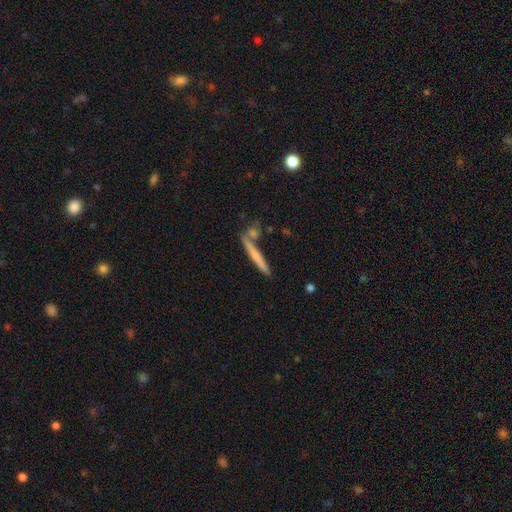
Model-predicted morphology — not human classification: This is possibly a smooth galaxy (53%). How rounded: clearly cigar-shaped (95%). Merging: likely none (75%).